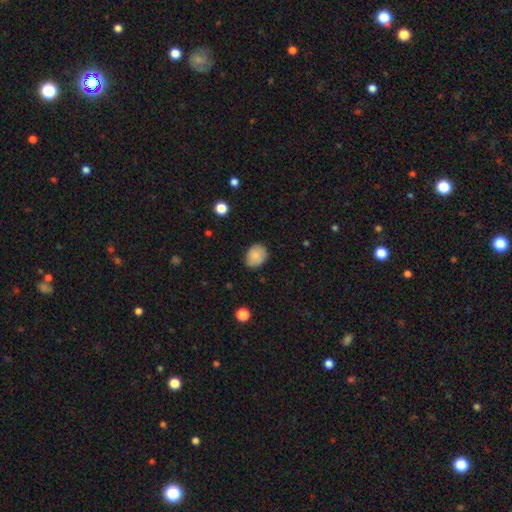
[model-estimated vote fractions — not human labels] This is clearly a smooth galaxy (85%). How rounded: possibly in between (50%). Merging: clearly none (81%).